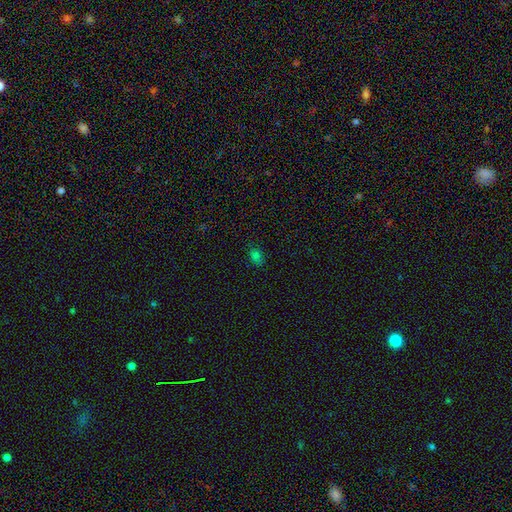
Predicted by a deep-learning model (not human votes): Smooth or featured: smooth — 76% (star or artifact — 17%)
How rounded: in between — 73% (round — 26%)
Merging: none — 82% (minor disturbance — 14%)